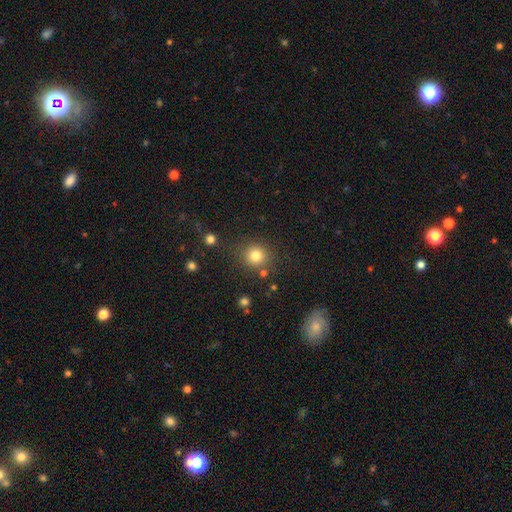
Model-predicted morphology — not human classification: type=smooth (82%); roundness=round (90%); merging=none (83%).